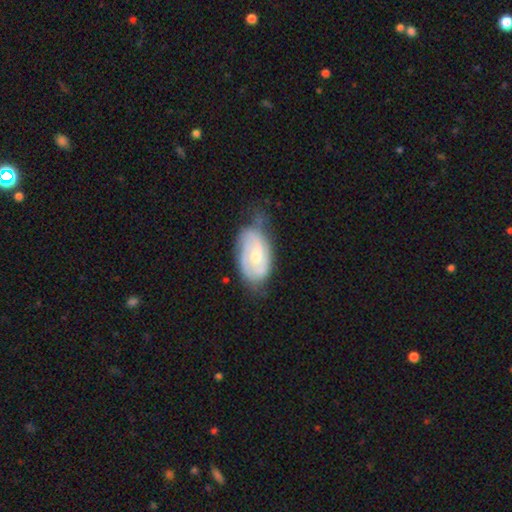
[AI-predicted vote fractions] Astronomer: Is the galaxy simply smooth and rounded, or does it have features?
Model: featured or disk — 74%.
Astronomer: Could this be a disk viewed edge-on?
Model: no — 96%.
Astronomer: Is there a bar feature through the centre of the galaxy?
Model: no — 57% (runner-up: weak, 36%).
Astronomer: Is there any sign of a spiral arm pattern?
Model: yes — 90%.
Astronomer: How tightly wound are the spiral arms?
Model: tight — 53% (runner-up: medium, 36%).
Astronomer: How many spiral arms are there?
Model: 2 — 52%.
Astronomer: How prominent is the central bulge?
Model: moderate — 53% (runner-up: small, 41%).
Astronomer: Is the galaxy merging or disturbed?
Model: none — 54% (runner-up: minor disturbance, 33%).